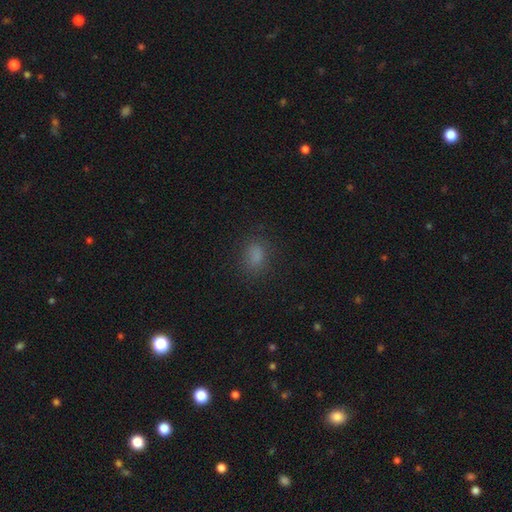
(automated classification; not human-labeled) A smooth galaxy with no disk features (79%) that is in between round and cigar-shaped (70%). Merging: none (79%).